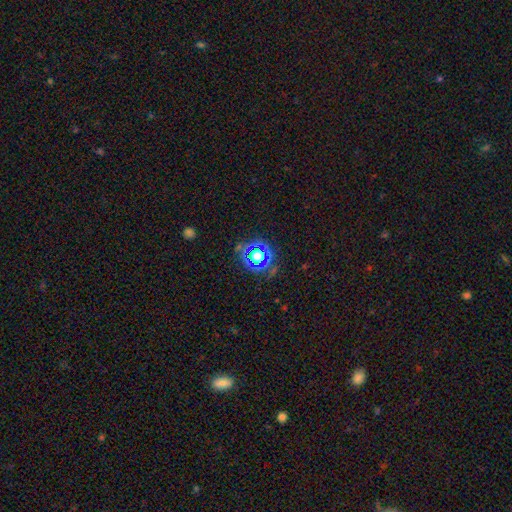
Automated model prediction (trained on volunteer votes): The model was most divided on "smooth or featured": star or artifact: 56%, smooth: 34%, featured or disk: 11%.